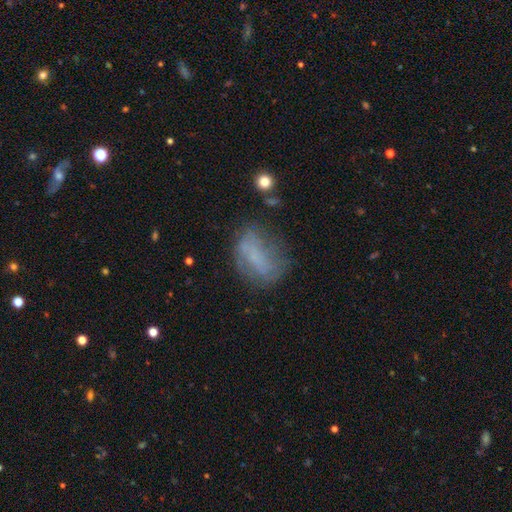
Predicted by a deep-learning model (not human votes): This appears to be a smooth galaxy with no disk features (51%) that is in between round and cigar-shaped (77%). Merging: none (46%).